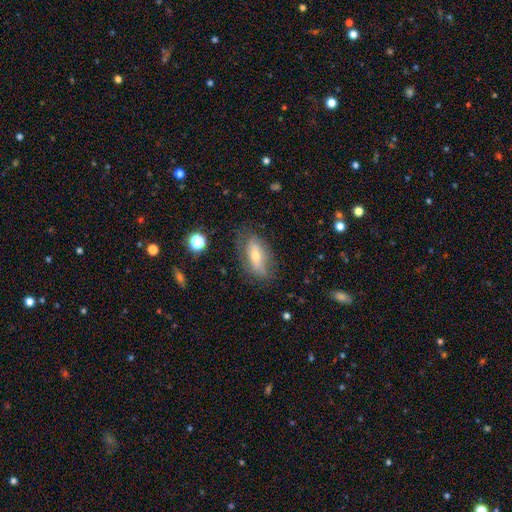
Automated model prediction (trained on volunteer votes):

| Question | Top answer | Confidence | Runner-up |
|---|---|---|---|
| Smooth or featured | featured or disk | 51% | smooth (40%) |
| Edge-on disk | no | 79% | yes (21%) |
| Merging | none | 68% | minor disturbance (21%) |